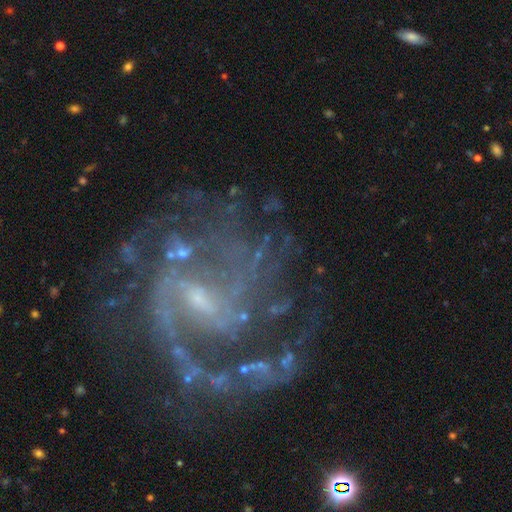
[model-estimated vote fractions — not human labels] This is clearly a featured or disk galaxy (88%). It is clearly not viewed edge-on (98%). Bar: possibly weak (56%). Spiral arm pattern: clearly yes (95%). Spiral arm count: marginally 2 (36%). Spiral winding: possibly medium (48%). Central bulge: likely small (63%). Merging: possibly none (56%).